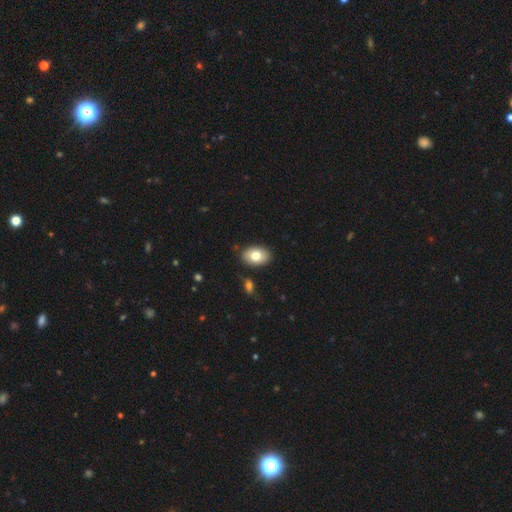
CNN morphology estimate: smooth_or_featured: smooth (p=0.77) [alt: featured or disk p=0.15]
how_rounded: in between (p=0.85) [alt: round p=0.14]
merging: none (p=0.86) [alt: minor disturbance p=0.09]